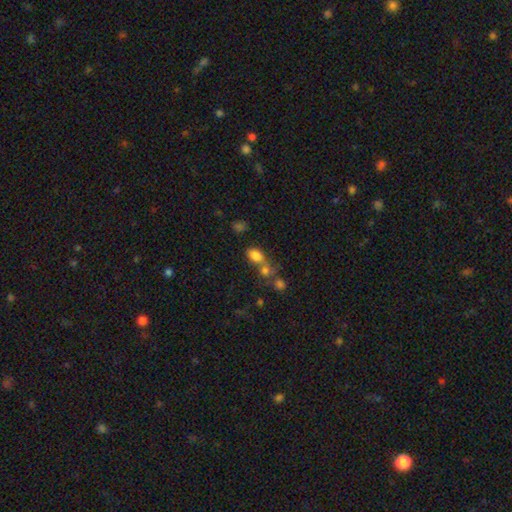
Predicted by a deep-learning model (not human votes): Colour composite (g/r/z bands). It shows a smooth galaxy with no disk features (80%) that is in between round and cigar-shaped (82%). Merging: none (45%).